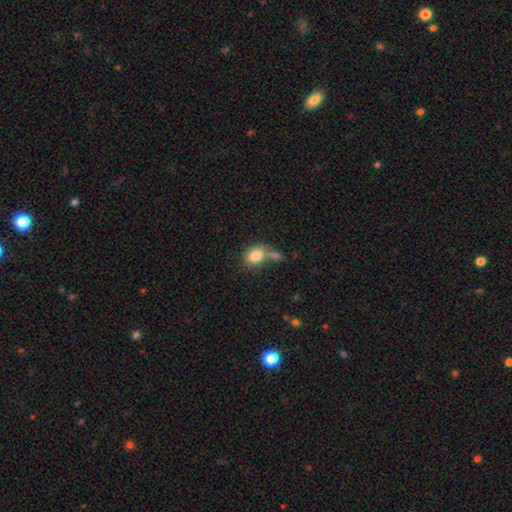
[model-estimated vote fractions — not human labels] A smooth galaxy with no disk features (82%) that is in between round and cigar-shaped (64%).

Vote fractions:
- Smooth or featured? smooth: 82% / featured or disk: 9% / star or artifact: 8%
- How rounded? in between: 64% / round: 35% / cigar-shaped: 1%
- Merging? none: 39% / merger: 36% / minor disturbance: 16% / major disturbance: 9%